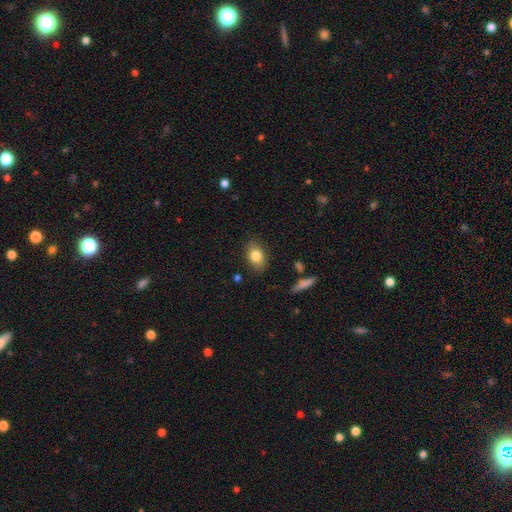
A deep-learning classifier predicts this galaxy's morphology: smooth-or-featured: smooth: 80% | featured or disk: 11% | star or artifact: 9%
  how-rounded: in between: 80% | round: 18% | cigar-shaped: 2%
  merging: none: 85% | minor disturbance: 11% | major disturbance: 3% | merger: 1%